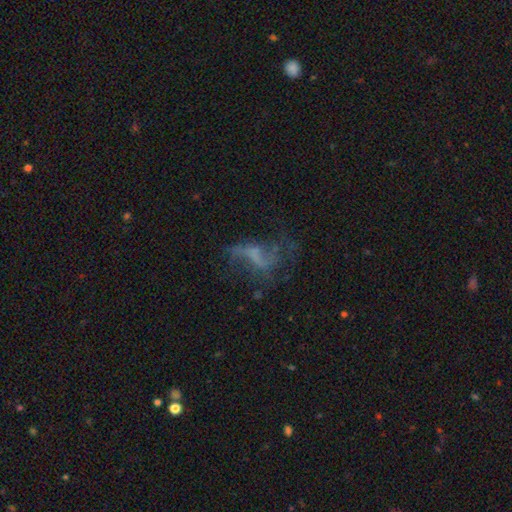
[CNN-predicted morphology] featured or disk 61%, smooth 22%, star or artifact 18%. Down the decision tree: edge-on disk — no (95%); bar — no (53%); spiral arms — yes (55%); bulge size — none (69%); merging — none (41%).